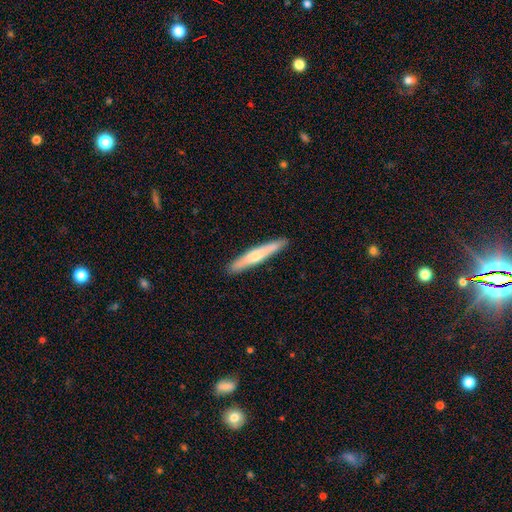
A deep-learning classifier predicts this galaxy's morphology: Q: Smooth or featured?
A: smooth (55%); runner-up: featured or disk (39%)
Q: How rounded?
A: cigar-shaped (94%); runner-up: in between (5%)
Q: Merging?
A: none (90%); runner-up: minor disturbance (8%)